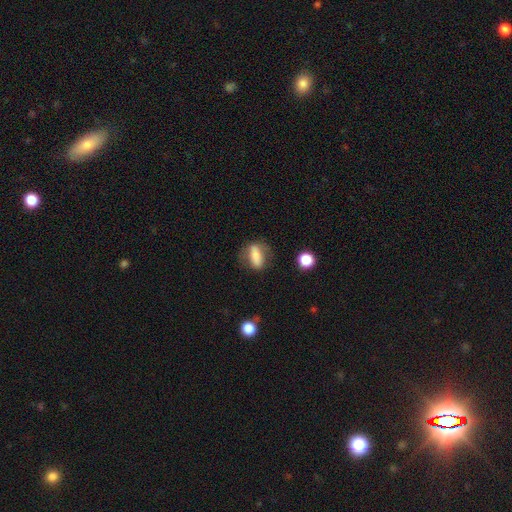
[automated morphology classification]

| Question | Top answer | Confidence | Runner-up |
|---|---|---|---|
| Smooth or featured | smooth | 70% | featured or disk (21%) |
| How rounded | in between | 71% | cigar-shaped (20%) |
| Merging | none | 65% | minor disturbance (21%) |